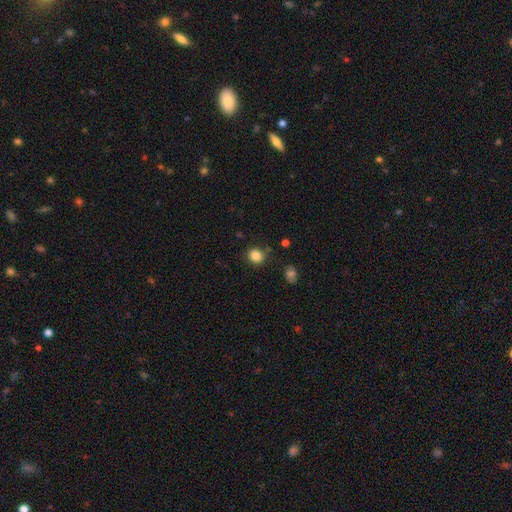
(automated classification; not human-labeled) Smooth or featured? smooth (85%)
How rounded? round (74%)
Merging? none (80%)